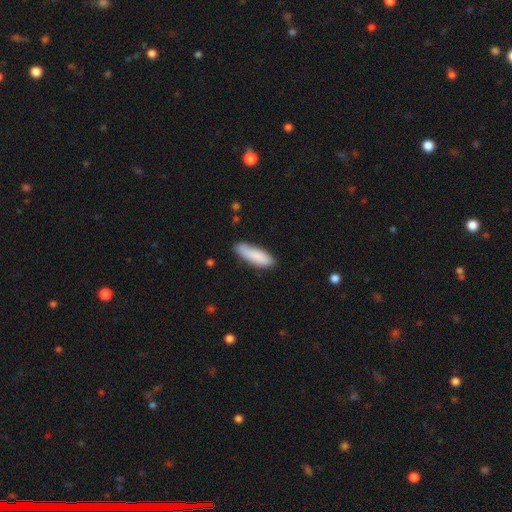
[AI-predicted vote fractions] A smooth galaxy with no disk features (86%) that is cigar-shaped (51%). Merging: none (75%).